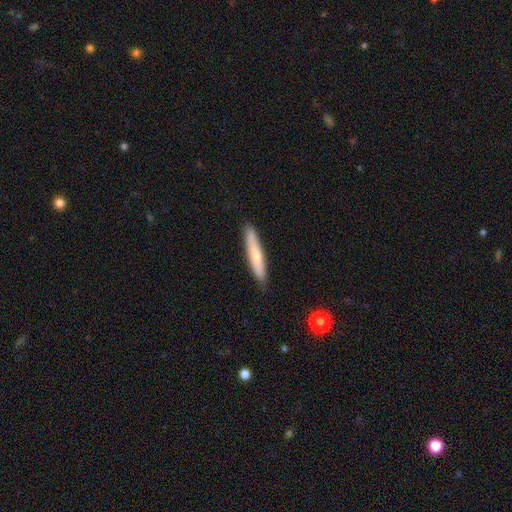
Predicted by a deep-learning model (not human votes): Morphology: type=smooth (63%); roundness=cigar-shaped (92%); merging=none (86%).